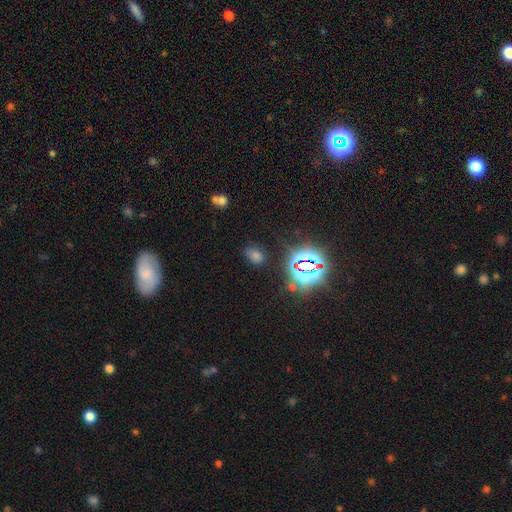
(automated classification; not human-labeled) Morphology: type=smooth (52%); roundness=in between (66%); merging=none (80%).